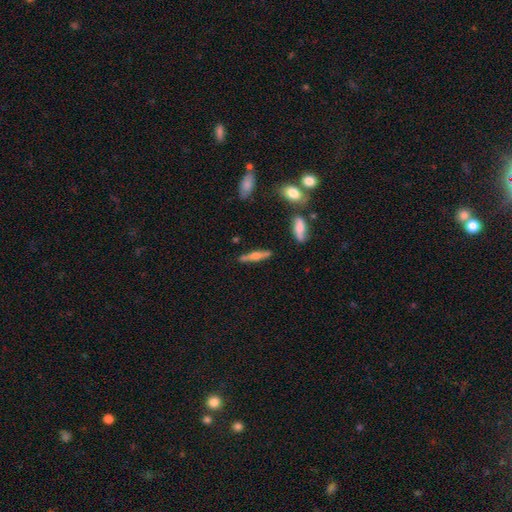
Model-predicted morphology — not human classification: smooth_or_featured: featured or disk (p=0.60) [alt: smooth p=0.33]
disk_edge_on: yes (p=0.94) [alt: no p=0.06]
edge_on_bulge: rounded (p=0.92) [alt: boxy p=0.05]
merging: none (p=0.85) [alt: minor disturbance p=0.10]